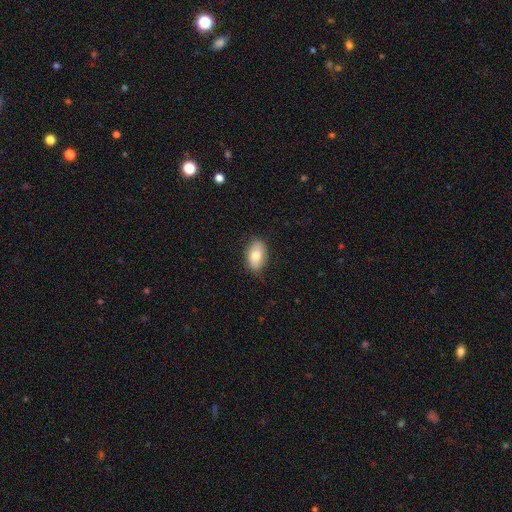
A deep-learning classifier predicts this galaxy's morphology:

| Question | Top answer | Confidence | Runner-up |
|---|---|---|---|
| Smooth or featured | smooth | 77% | featured or disk (16%) |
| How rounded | in between | 90% | round (8%) |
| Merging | none | 82% | minor disturbance (14%) |